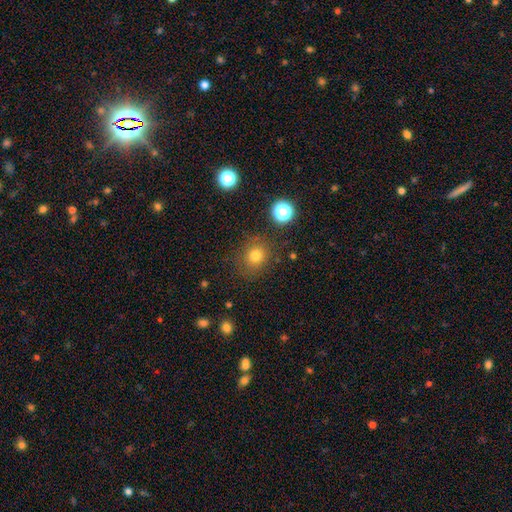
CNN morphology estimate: A smooth galaxy with no disk features (76%) that is round (82%). Merging: none (81%).